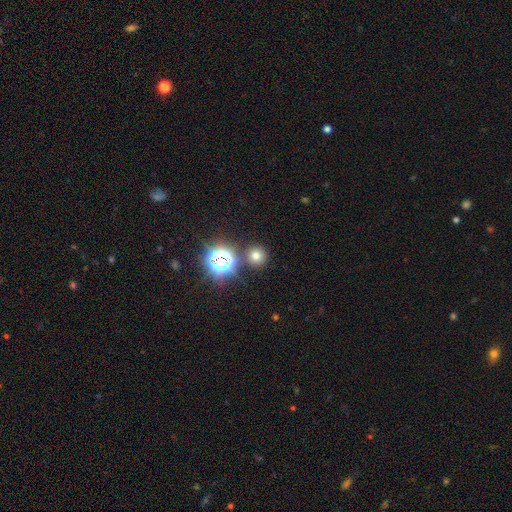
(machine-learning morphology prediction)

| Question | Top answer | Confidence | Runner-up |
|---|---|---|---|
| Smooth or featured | smooth | 65% | star or artifact (27%) |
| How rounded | round | 93% | in between (6%) |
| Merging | none | 84% | minor disturbance (7%) |